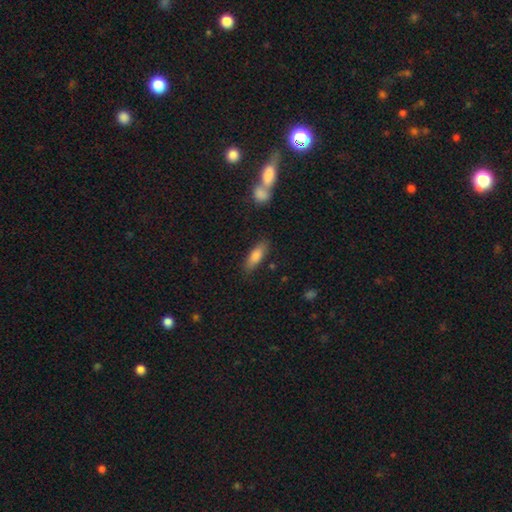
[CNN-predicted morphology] This is clearly a smooth galaxy (80%). How rounded: likely in between (62%). Merging: clearly none (81%).